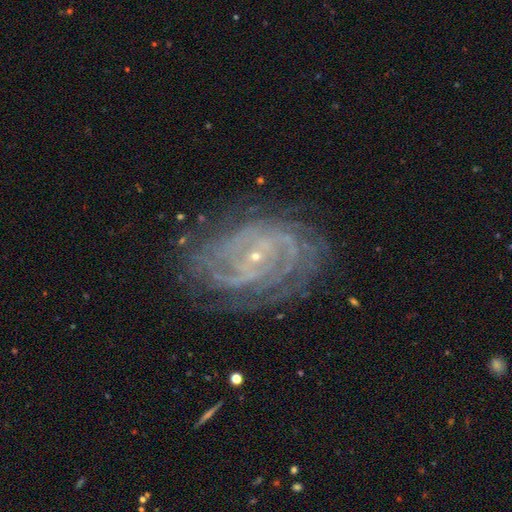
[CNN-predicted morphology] Overall: featured or disk (87%). Edge-on disk: no (96%). Bar: no (57%; weak 31%). Spiral arms: yes (96%). Spiral arm count: can't tell (30%; 2 23%). Spiral winding: tight (72%). Bulge size: small (86%). Merging: none (75%).